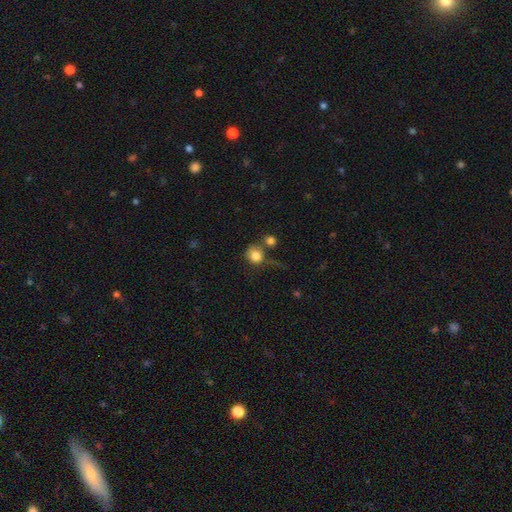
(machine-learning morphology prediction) A smooth galaxy with no disk features (81%) that is round (77%). Merging: none (39%).